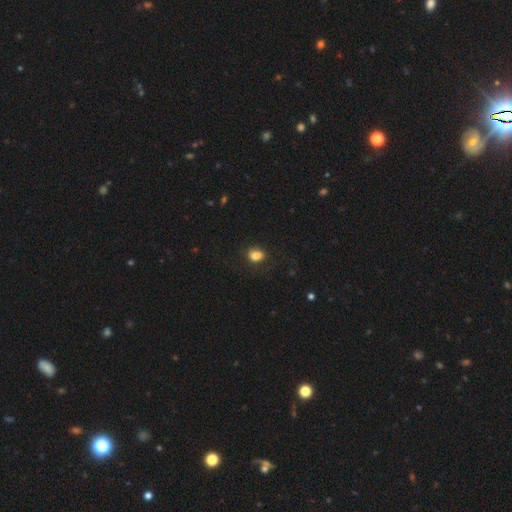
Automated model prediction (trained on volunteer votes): A smooth galaxy with no disk features (84%) that is in between round and cigar-shaped (65%). Merging: none (76%).